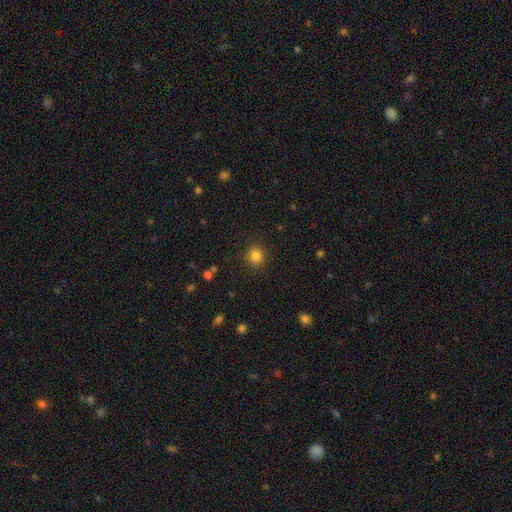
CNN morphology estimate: A smooth galaxy with no disk features (83%) that is round (90%). Merging: none (91%).